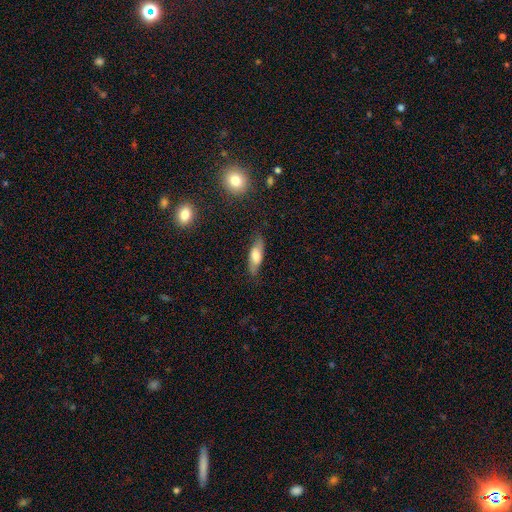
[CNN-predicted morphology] Smooth or featured? smooth (59%)
How rounded? in between (52%)
Merging? none (78%)